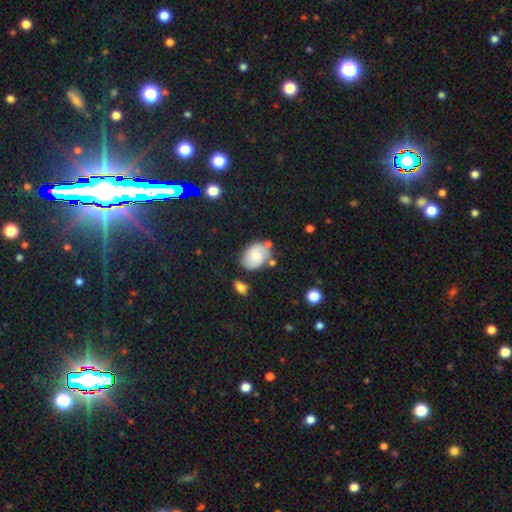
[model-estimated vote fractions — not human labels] Morphology: type=featured or disk (48%); merging=none (63%).